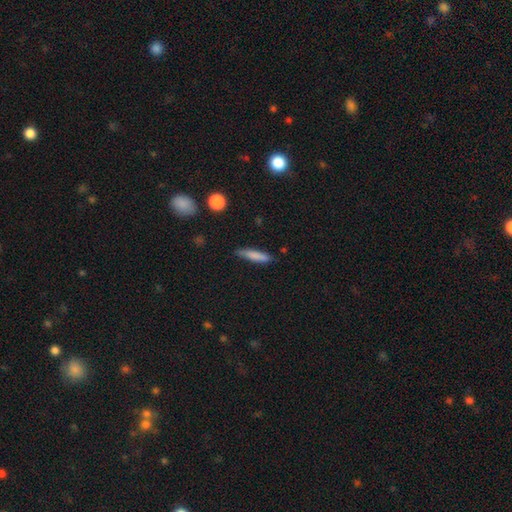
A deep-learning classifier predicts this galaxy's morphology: Overall: smooth (79%). How rounded: cigar-shaped (85%). Merging: none (78%).